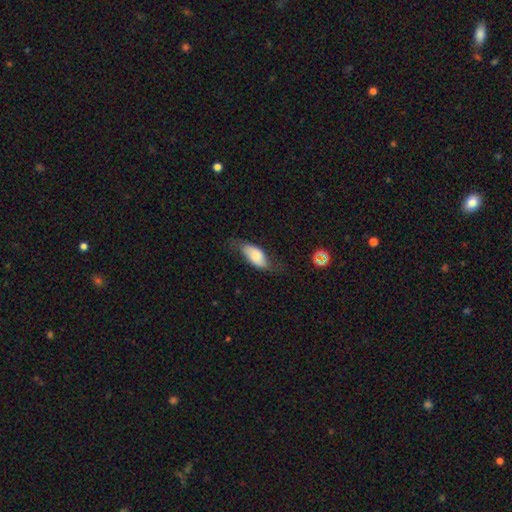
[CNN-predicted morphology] smooth_or_featured: smooth (p=0.69) [alt: featured or disk p=0.23]
how_rounded: in between (p=0.89) [alt: cigar-shaped p=0.08]
merging: none (p=0.56) [alt: minor disturbance p=0.29]